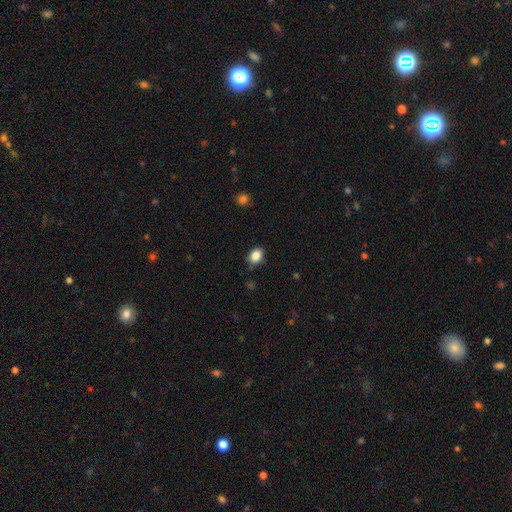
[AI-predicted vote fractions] Smooth or featured: smooth — 86% (star or artifact — 9%)
How rounded: in between — 67% (round — 31%)
Merging: none — 78% (minor disturbance — 17%)